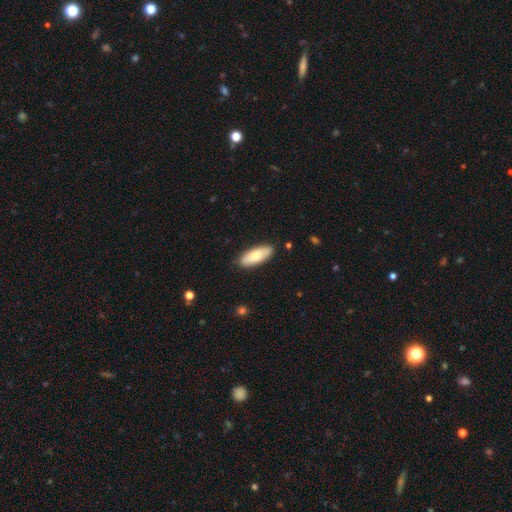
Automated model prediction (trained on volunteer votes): Overall: smooth (78%). How rounded: in between (77%). Merging: none (87%).